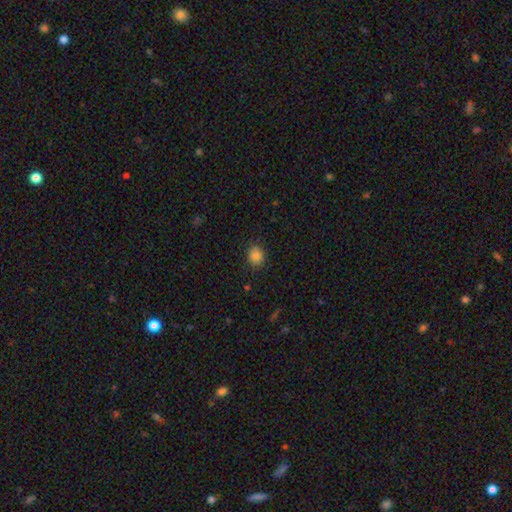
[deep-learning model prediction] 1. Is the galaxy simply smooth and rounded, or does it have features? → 84% smooth, 10% star or artifact, 6% featured or disk.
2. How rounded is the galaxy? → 73% round, 26% in between, 1% cigar-shaped.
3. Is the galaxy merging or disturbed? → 84% none, 12% minor disturbance, 3% major disturbance, 1% merger.